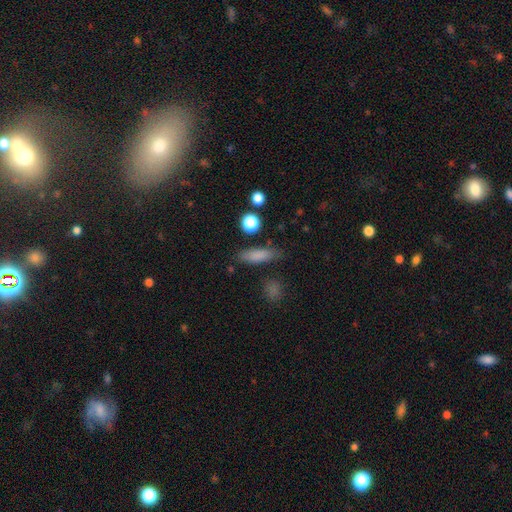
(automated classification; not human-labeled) This appears to be a smooth galaxy with no disk features (78%) that is cigar-shaped (52%). Merging: none (81%).